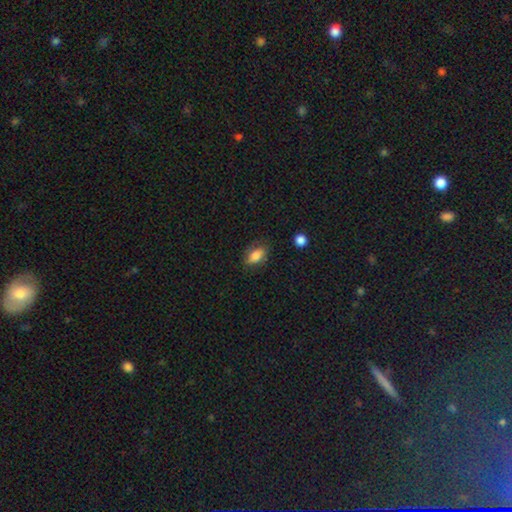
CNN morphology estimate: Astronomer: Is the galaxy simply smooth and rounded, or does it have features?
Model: smooth — 78%.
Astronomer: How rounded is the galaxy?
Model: in between — 84%.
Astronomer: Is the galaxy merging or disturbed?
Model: none — 75%.